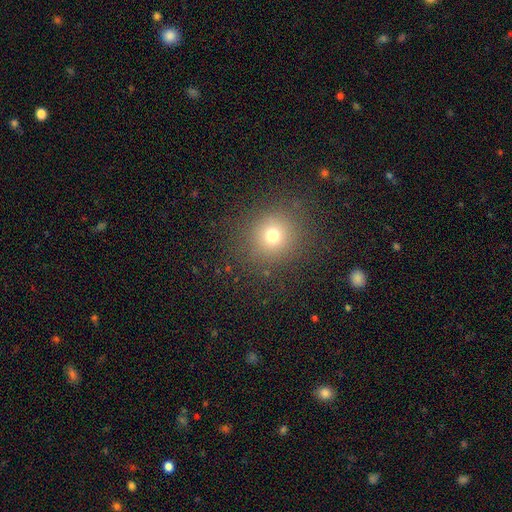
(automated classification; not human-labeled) The model was most divided on "smooth or featured": smooth: 66%, star or artifact: 28%, featured or disk: 7%. More confident: merging — none (91%); how rounded — round (89%).